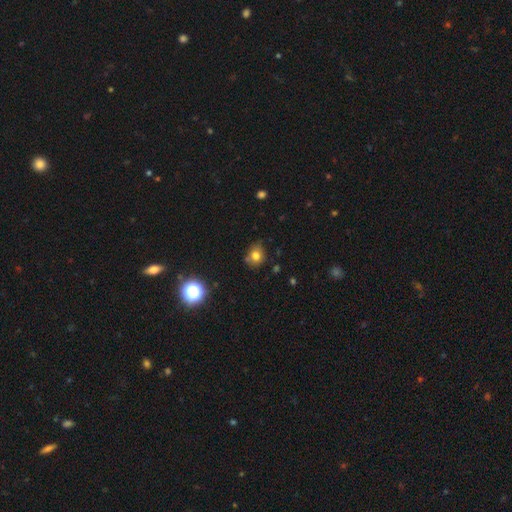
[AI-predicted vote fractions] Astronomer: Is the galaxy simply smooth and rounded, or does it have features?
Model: smooth — 75%.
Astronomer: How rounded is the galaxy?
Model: round — 67%.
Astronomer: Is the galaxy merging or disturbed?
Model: none — 70%.